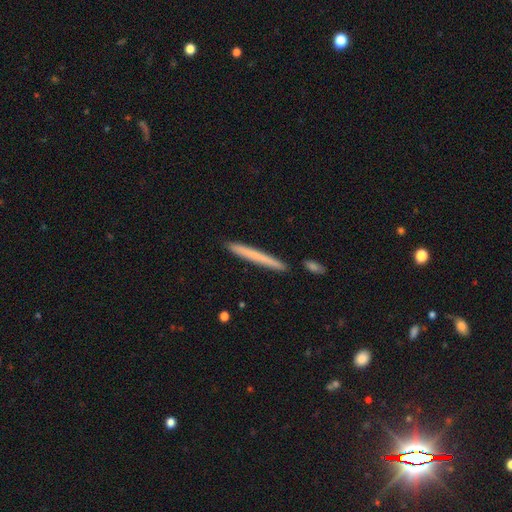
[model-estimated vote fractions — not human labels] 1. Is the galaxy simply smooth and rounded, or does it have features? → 64% smooth, 30% featured or disk, 6% star or artifact.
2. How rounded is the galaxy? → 97% cigar-shaped, 2% in between, 1% round.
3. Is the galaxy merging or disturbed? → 89% none, 7% minor disturbance, 3% merger, 1% major disturbance.